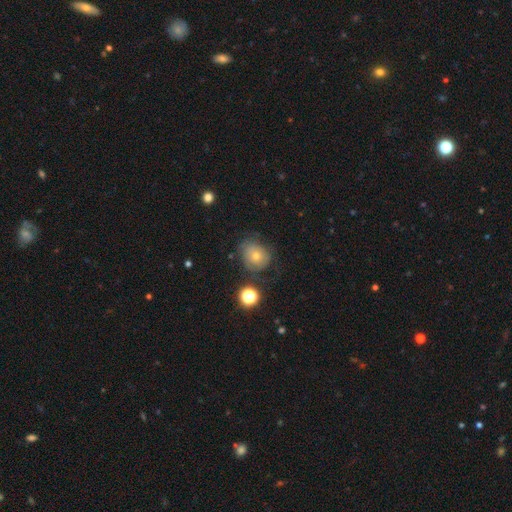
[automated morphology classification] This appears to be a smooth galaxy with no disk features (63%) that is round (72%). Merging: none (61%).